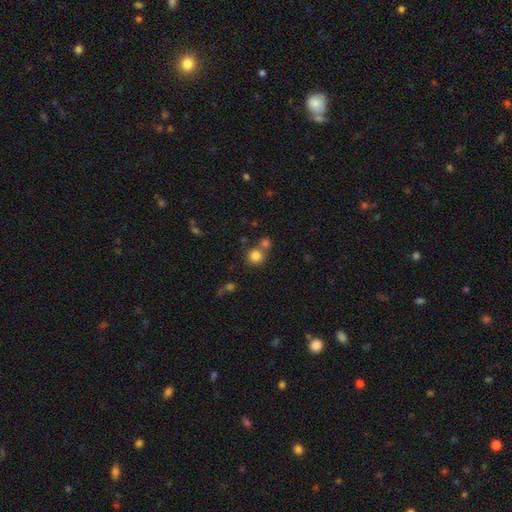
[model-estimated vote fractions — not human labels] smooth_or_featured: smooth (p=0.81) [alt: star or artifact p=0.12]
how_rounded: round (p=0.90) [alt: in between p=0.09]
merging: none (p=0.60) [alt: merger p=0.30]